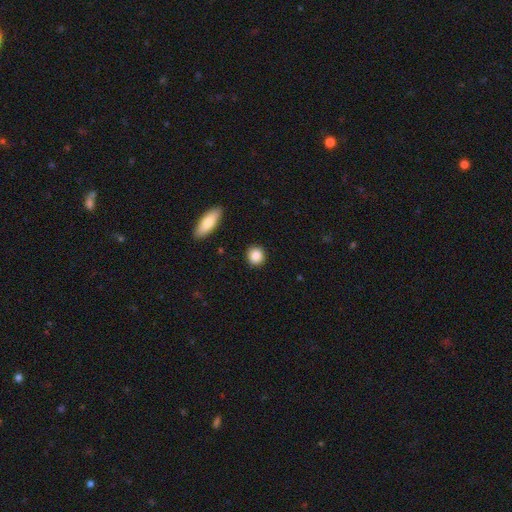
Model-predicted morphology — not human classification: This appears to be a smooth galaxy with no disk features (87%) that is round (88%). Merging: none (91%).